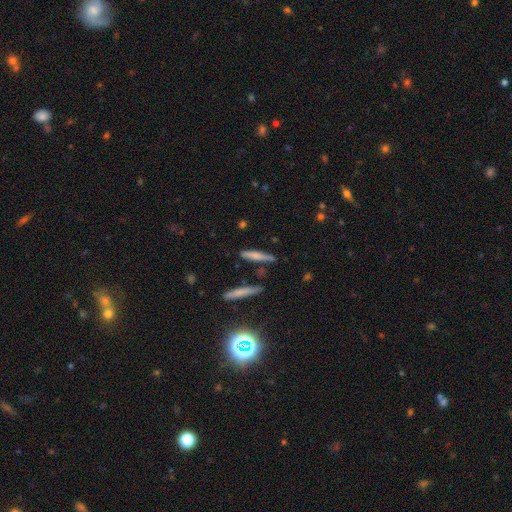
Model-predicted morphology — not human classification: This is possibly a smooth galaxy (57%). How rounded: clearly cigar-shaped (89%). Merging: likely none (78%).